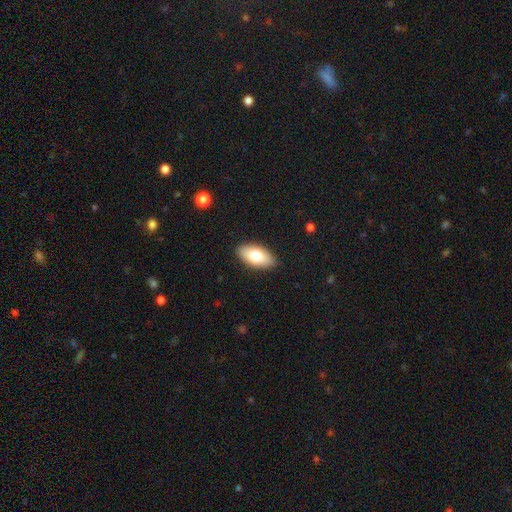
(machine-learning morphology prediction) Smooth or featured? Predicted: smooth (p=0.76). How rounded? Predicted: in between (p=0.92). Merging? Predicted: none (p=0.88).